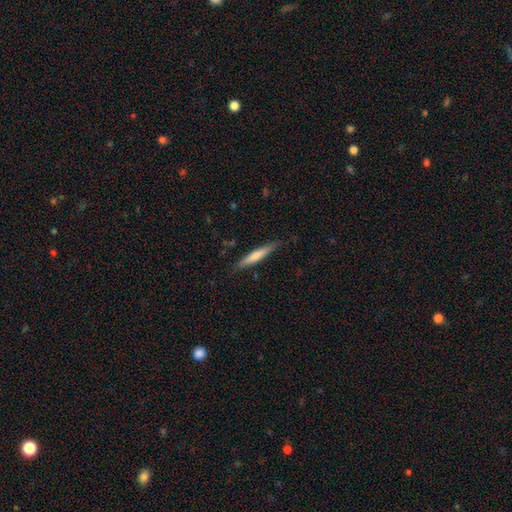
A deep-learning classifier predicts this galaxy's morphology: Smooth or featured? smooth (65%)
How rounded? cigar-shaped (93%)
Merging? none (83%)